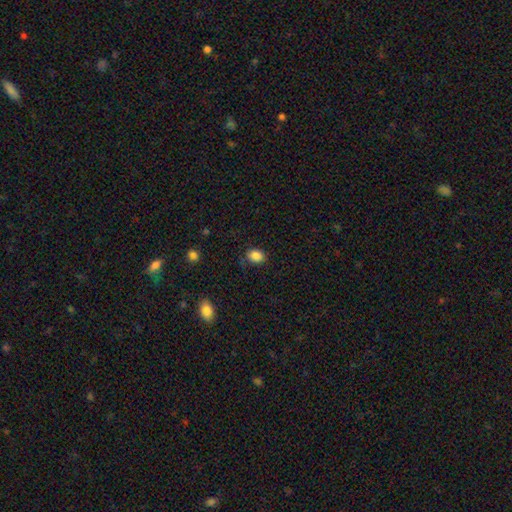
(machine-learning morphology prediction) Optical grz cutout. It shows a smooth galaxy with no disk features (86%) that is in between round and cigar-shaped (60%). Merging: none (78%).